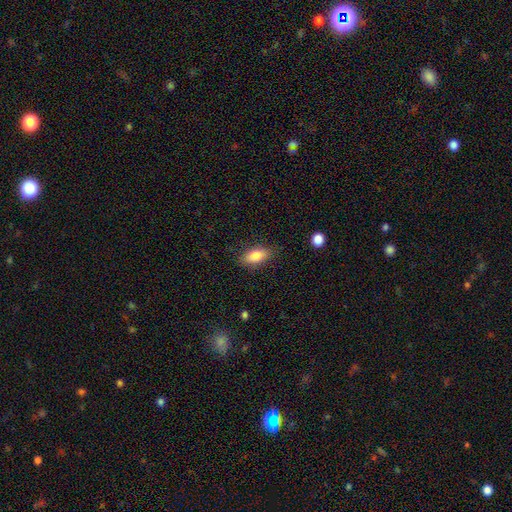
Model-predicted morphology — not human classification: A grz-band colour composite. It shows a smooth galaxy with no disk features (83%) that is in between round and cigar-shaped (86%). Merging: none (83%).